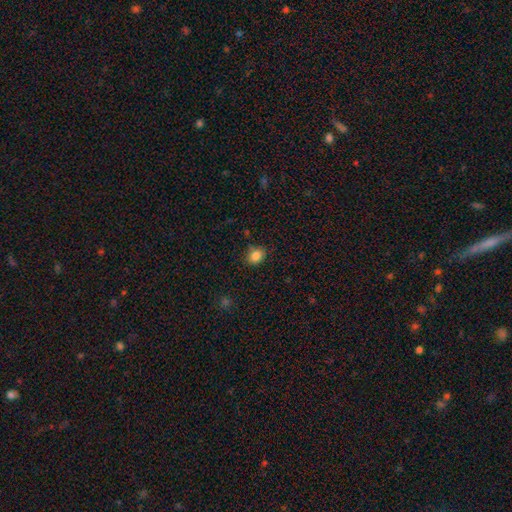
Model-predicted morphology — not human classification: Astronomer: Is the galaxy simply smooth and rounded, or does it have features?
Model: smooth — 85%.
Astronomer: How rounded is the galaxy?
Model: round — 52% (runner-up: in between, 47%).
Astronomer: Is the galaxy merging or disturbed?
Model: none — 78%.